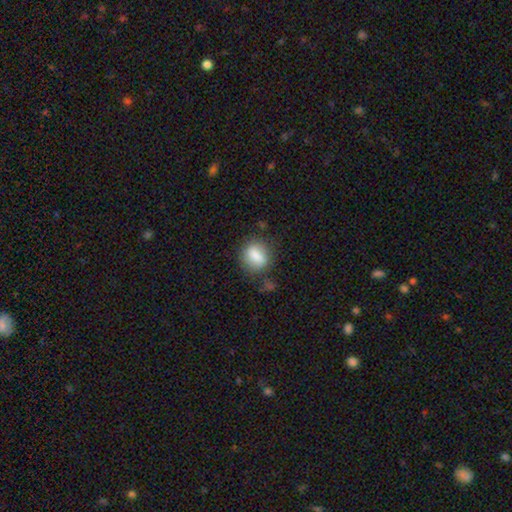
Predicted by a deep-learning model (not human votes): Smooth or featured: smooth — 80% (featured or disk — 12%)
How rounded: round — 48% (tied with in between — 48%)
Merging: none — 71% (minor disturbance — 18%)